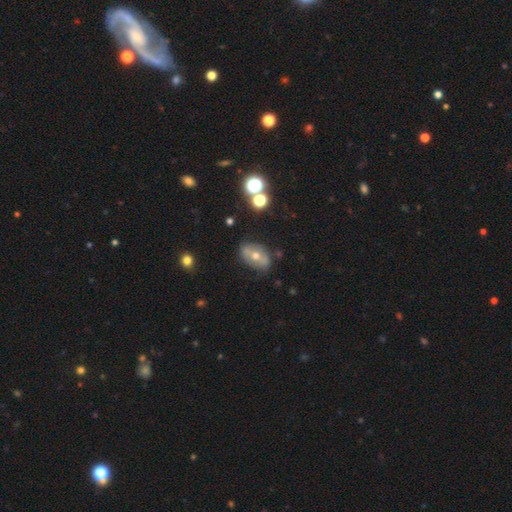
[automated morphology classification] Smooth or featured?
  - featured or disk: 47% *
  - smooth: 39%
  - star or artifact: 14%
Merging?
  - none: 75% *
  - minor disturbance: 16%
  - major disturbance: 5%
  - merger: 4%